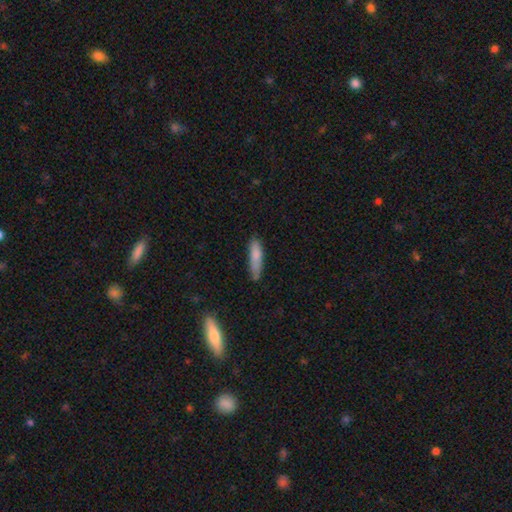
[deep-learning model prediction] A smooth galaxy with no disk features (81%) that is cigar-shaped (76%). Merging: none (69%).